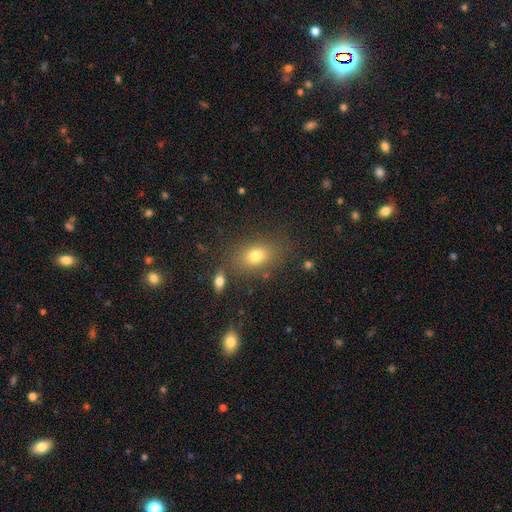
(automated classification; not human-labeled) smooth 75%, star or artifact 13%, featured or disk 12%. Down the decision tree: how rounded — in between (79%); merging — none (77%).